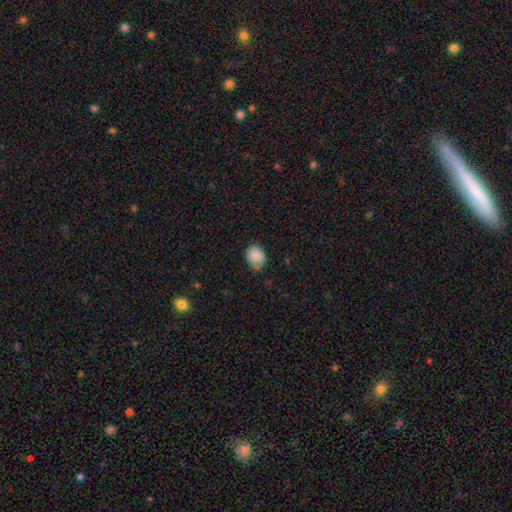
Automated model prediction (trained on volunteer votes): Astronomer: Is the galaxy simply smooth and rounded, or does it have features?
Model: smooth — 84%.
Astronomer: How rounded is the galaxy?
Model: in between — 58% (runner-up: round, 41%).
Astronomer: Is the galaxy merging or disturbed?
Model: none — 63%.